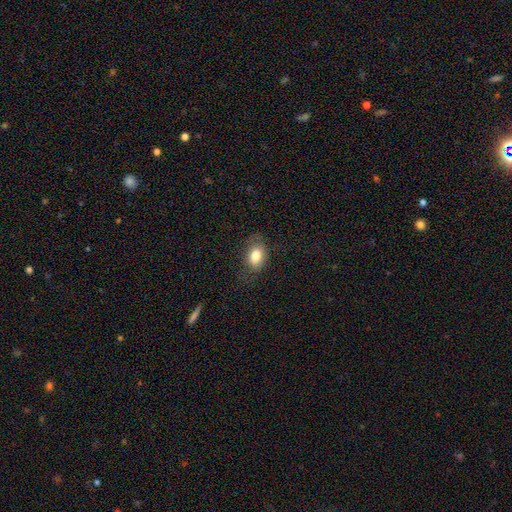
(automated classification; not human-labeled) Smooth or featured? smooth (80%)
How rounded? in between (87%)
Merging? none (70%)